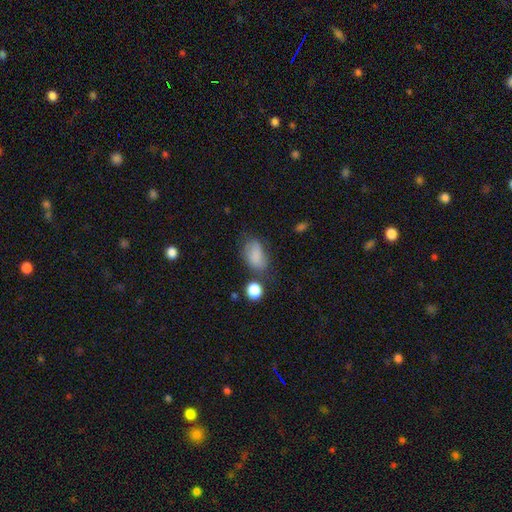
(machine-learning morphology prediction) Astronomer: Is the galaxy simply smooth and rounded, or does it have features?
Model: smooth — 79%.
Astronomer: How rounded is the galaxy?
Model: in between — 87%.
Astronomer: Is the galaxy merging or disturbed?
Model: none — 53% (runner-up: minor disturbance, 28%).